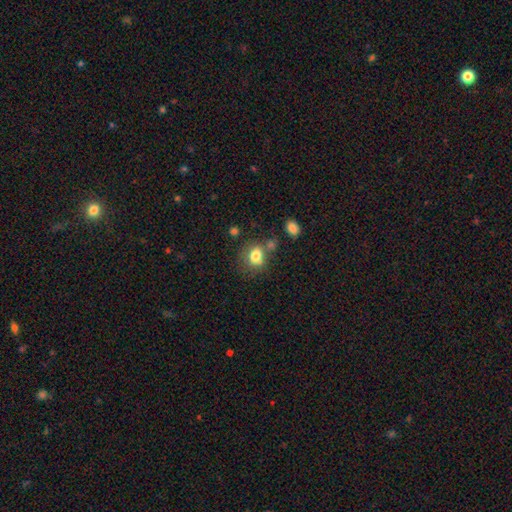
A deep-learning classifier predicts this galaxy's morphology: Overall: smooth (78%). How rounded: round (50%; in between 49%). Merging: none (54%; merger 20%).